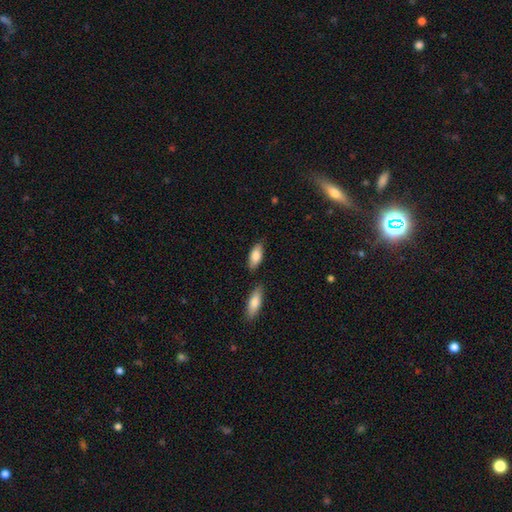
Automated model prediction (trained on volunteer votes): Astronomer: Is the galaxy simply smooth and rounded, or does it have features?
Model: smooth — 83%.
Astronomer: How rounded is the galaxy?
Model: in between — 85%.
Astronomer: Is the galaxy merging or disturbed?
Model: none — 77%.